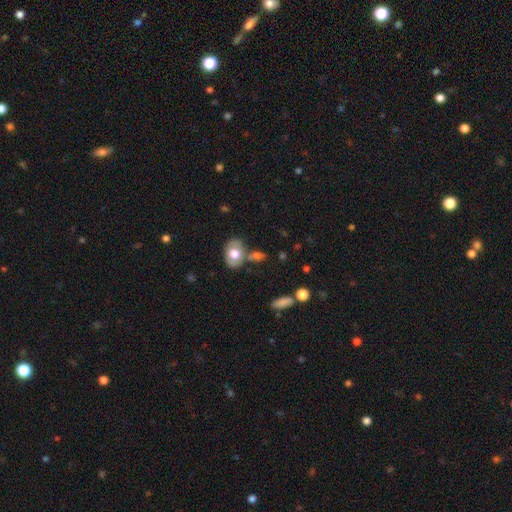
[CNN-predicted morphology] smooth 58%, featured or disk 32%, star or artifact 10%. Down the decision tree: how rounded — in between (74%); merging — none (62%).